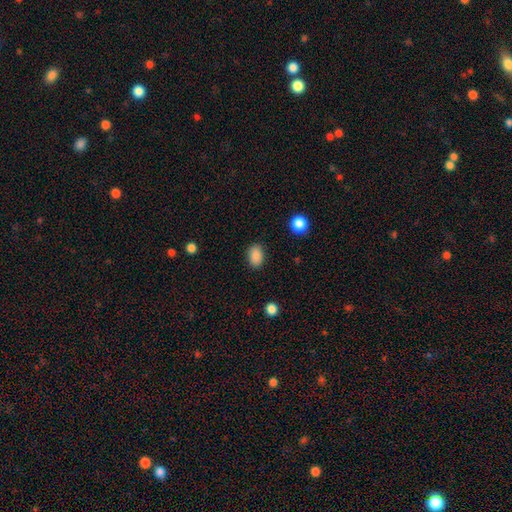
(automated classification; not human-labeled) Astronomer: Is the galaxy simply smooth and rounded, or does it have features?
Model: smooth — 88%.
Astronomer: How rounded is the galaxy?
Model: in between — 83%.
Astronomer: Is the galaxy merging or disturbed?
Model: none — 87%.